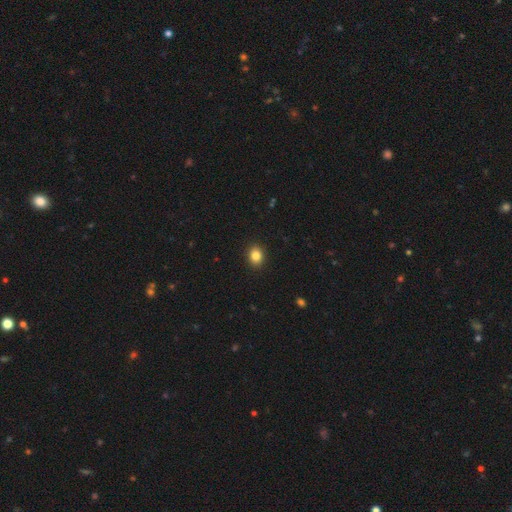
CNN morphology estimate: type=smooth (84%); roundness=round (55%); merging=none (92%).